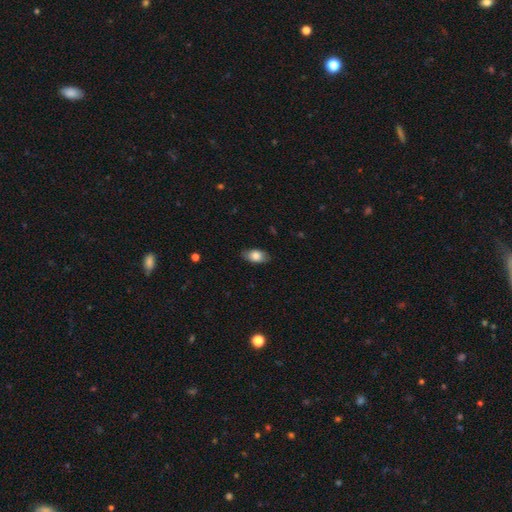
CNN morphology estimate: Smooth or featured? smooth (80%)
How rounded? in between (91%)
Merging? none (83%)